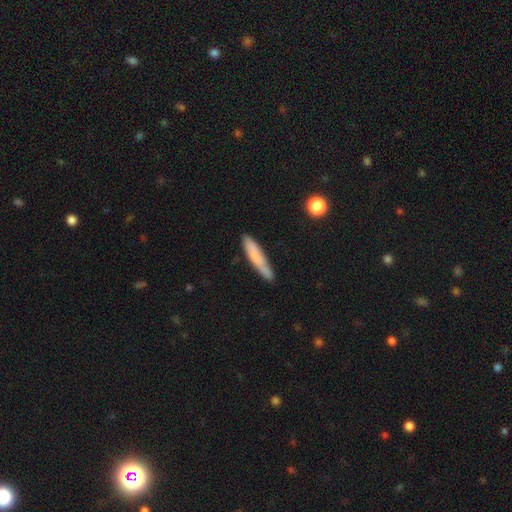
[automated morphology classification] type=smooth (73%); roundness=cigar-shaped (90%); merging=none (78%).